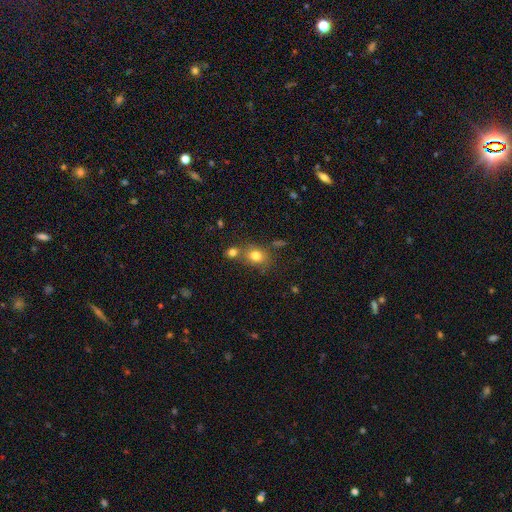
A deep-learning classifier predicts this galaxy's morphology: A smooth galaxy with no disk features (78%) that is round (51%). Merging: none (60%).